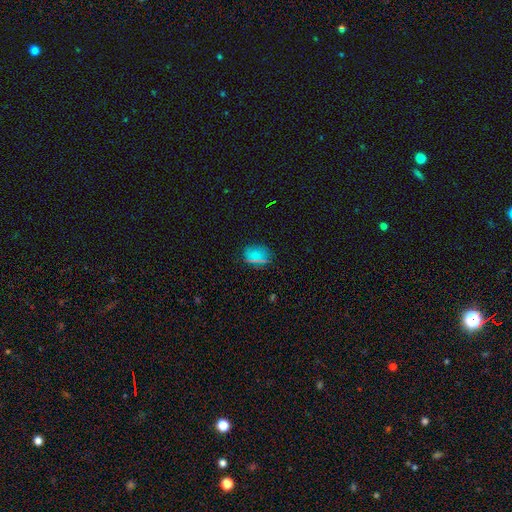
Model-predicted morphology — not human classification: Smooth or featured: smooth — 68% (star or artifact — 25%)
How rounded: in between — 54% (round — 42%)
Merging: none — 82% (minor disturbance — 12%)